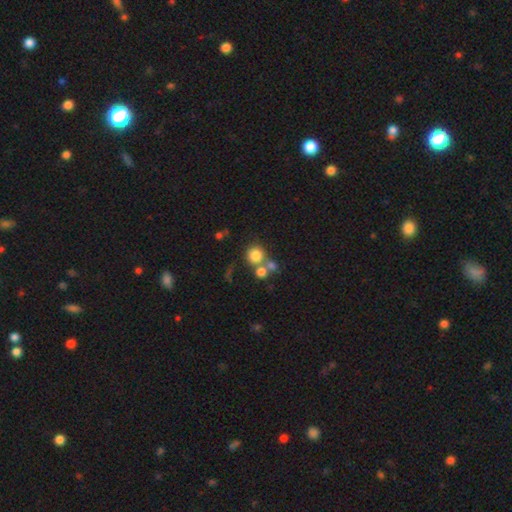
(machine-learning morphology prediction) Smooth or featured: smooth — 76% (star or artifact — 13%)
How rounded: round — 89% (in between — 10%)
Merging: none — 52% (merger — 35%)